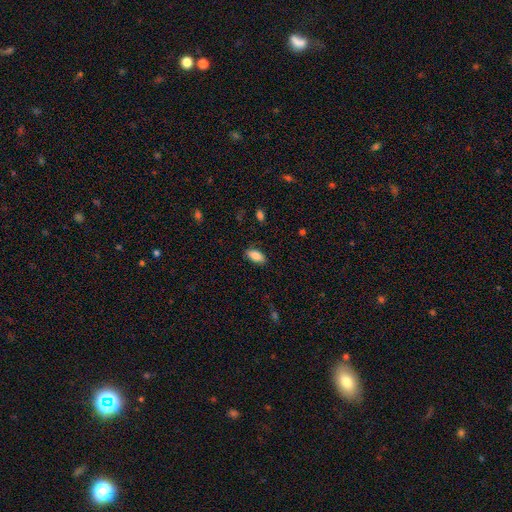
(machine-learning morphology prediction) Smooth or featured?
  - smooth: 86% *
  - featured or disk: 7%
  - star or artifact: 7%
How rounded?
  - in between: 90% *
  - cigar-shaped: 7%
  - round: 3%
Merging?
  - none: 86% *
  - minor disturbance: 11%
  - major disturbance: 2%
  - merger: 1%